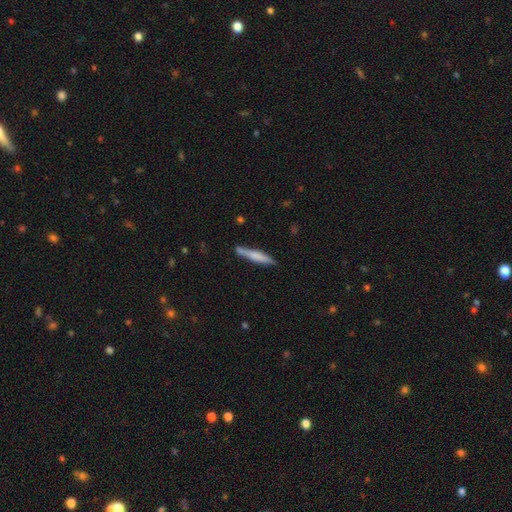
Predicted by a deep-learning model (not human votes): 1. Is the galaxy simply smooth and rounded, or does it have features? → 67% smooth, 27% featured or disk, 6% star or artifact.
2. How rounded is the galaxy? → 92% cigar-shaped, 6% in between, 1% round.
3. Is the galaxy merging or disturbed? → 76% none, 16% minor disturbance, 5% merger, 3% major disturbance.